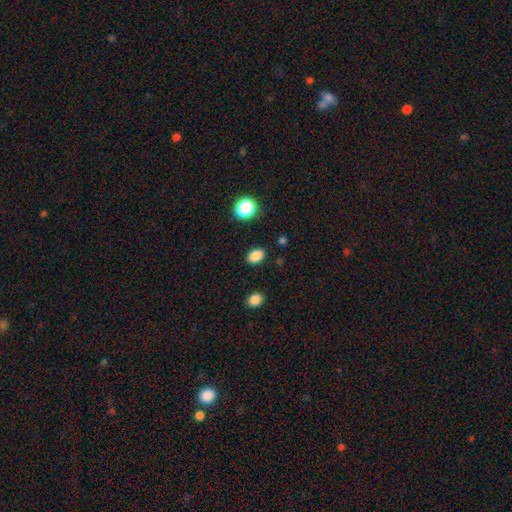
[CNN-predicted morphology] type=smooth (86%); roundness=in between (80%); merging=none (87%).